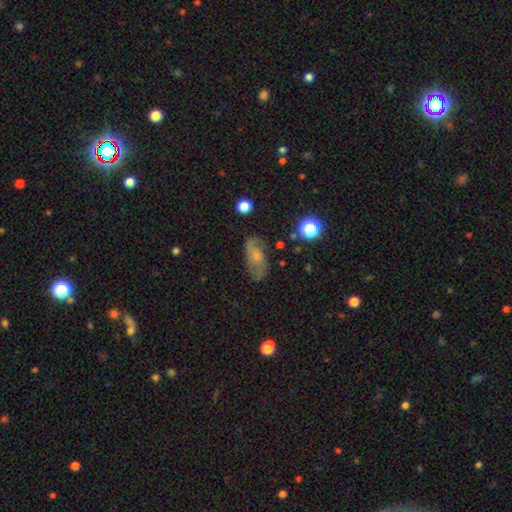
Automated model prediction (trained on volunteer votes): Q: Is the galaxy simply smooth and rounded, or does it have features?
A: featured or disk — 54%.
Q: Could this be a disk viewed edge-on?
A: no — 93%.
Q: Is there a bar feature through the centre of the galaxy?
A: no — 68%.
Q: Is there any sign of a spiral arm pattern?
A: yes — 80%.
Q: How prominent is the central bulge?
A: small — 51%.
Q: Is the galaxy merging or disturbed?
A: none — 69%.